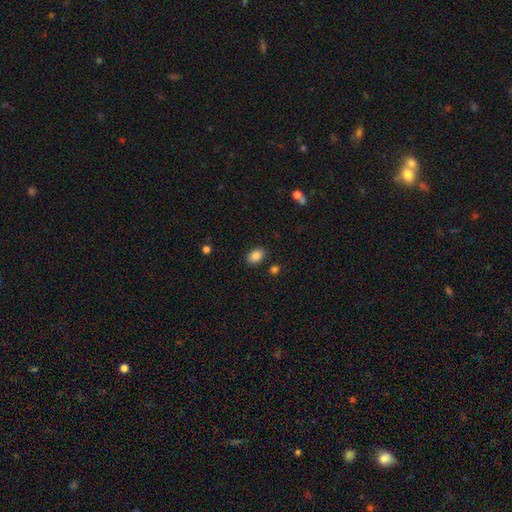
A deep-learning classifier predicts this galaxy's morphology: Smooth or featured?
  - smooth: 86% *
  - star or artifact: 9%
  - featured or disk: 5%
How rounded?
  - in between: 83% *
  - round: 15%
  - cigar-shaped: 1%
Merging?
  - none: 85% *
  - minor disturbance: 10%
  - major disturbance: 3%
  - merger: 3%